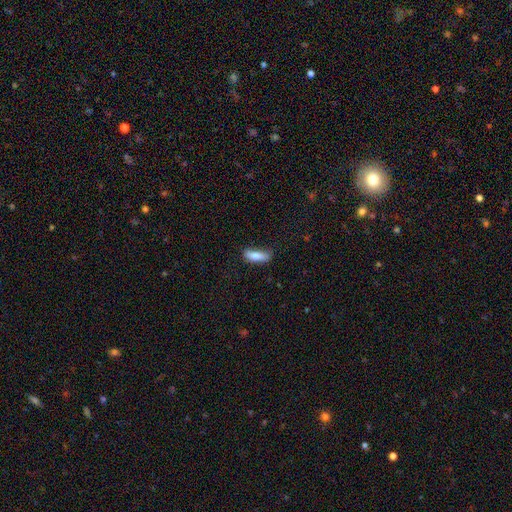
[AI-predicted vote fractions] A smooth galaxy with no disk features (79%) that is in between round and cigar-shaped (54%). Merging: none (64%).